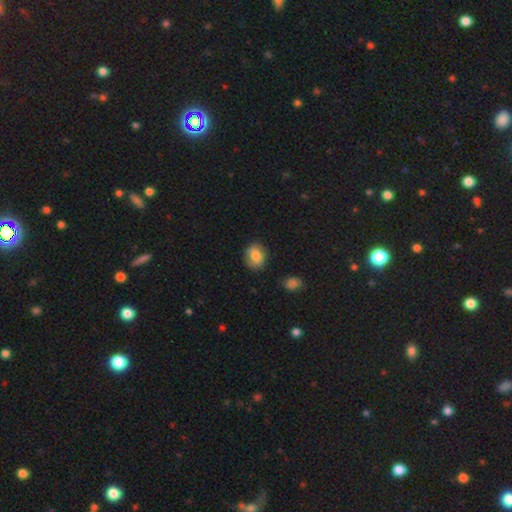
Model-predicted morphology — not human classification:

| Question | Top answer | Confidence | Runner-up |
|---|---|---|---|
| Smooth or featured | smooth | 83% | featured or disk (9%) |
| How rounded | round | 50% | in between (49%) |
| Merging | none | 77% | minor disturbance (17%) |